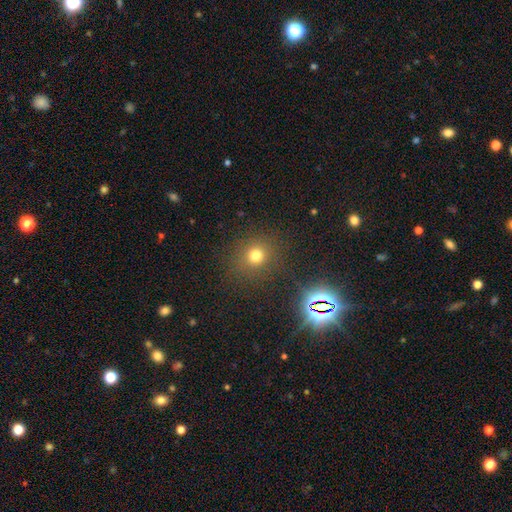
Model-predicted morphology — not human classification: smooth 73%, star or artifact 21%, featured or disk 7%. Down the decision tree: how rounded — round (87%); merging — none (83%).